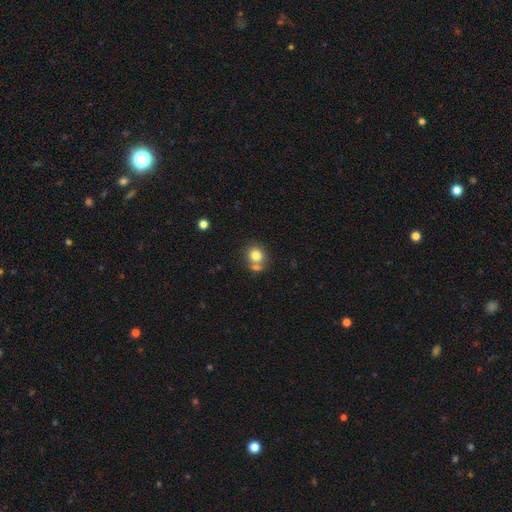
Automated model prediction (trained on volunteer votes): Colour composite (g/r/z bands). It shows a smooth galaxy with no disk features (79%) that is round (82%). Merging: none (57%).